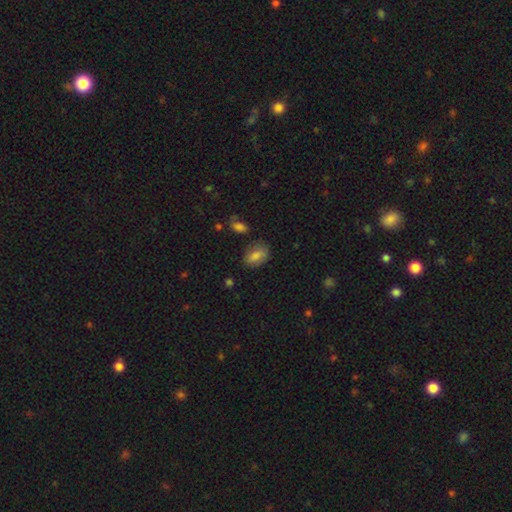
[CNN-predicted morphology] The model was most divided on "merging": none: 72%, minor disturbance: 20%, major disturbance: 6%, merger: 3%. More confident: how rounded — in between (83%); smooth or featured — smooth (75%).